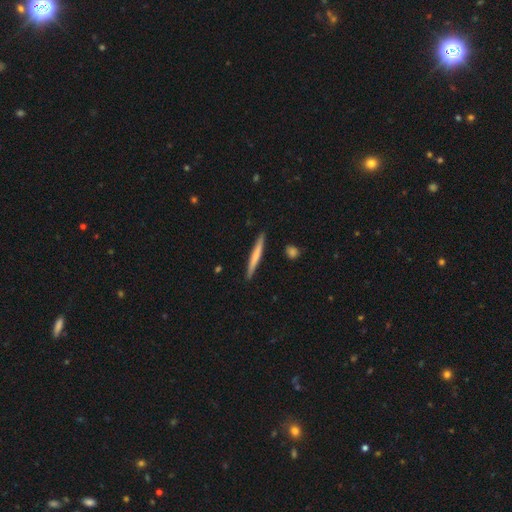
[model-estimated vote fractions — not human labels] This appears to be a smooth galaxy with no disk features (61%) that is cigar-shaped (96%). Merging: none (91%).